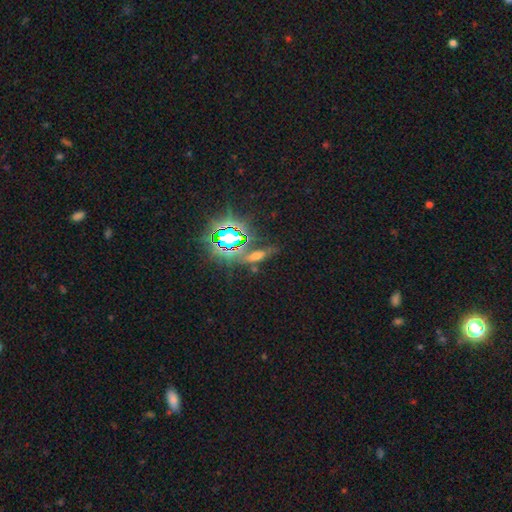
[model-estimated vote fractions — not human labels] smooth-or-featured: star or artifact: 46% | smooth: 35% | featured or disk: 20%